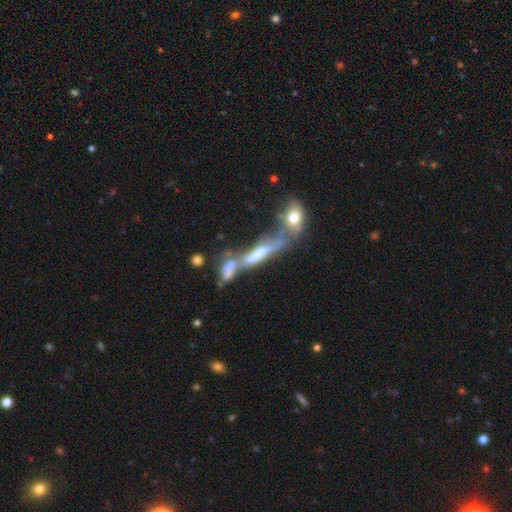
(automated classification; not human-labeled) Morphology: type=featured or disk (61%); edge-on=yes (60%); merging=merger (51%).